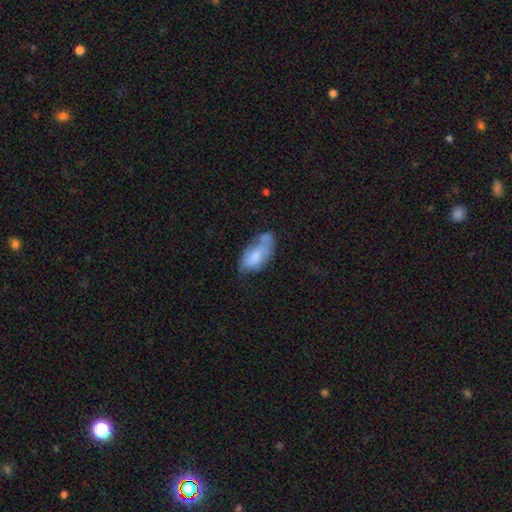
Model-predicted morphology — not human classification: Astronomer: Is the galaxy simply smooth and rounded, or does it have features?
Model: smooth — 67%.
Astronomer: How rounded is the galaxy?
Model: in between — 92%.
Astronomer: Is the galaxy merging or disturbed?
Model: none — 34% (runner-up: minor disturbance, 33%).